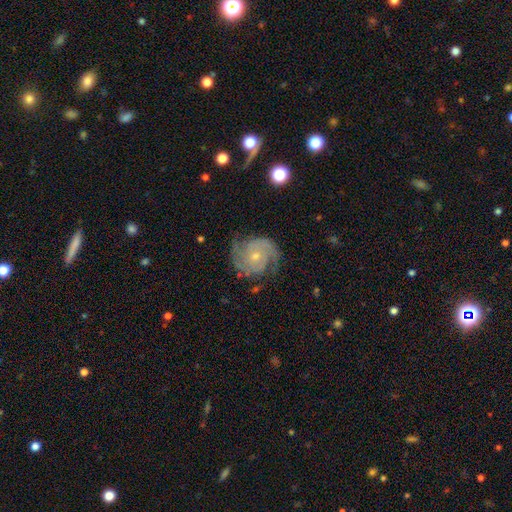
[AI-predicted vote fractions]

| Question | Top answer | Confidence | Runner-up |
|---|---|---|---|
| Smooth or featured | featured or disk | 89% | smooth (6%) |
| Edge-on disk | no | 98% | yes (2%) |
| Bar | no | 75% | weak (21%) |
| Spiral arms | yes | 98% | no (2%) |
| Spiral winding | tight | 53% | medium (39%) |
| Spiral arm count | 2 | 71% | 3 (13%) |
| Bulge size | small | 65% | moderate (31%) |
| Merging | none | 77% | minor disturbance (16%) |